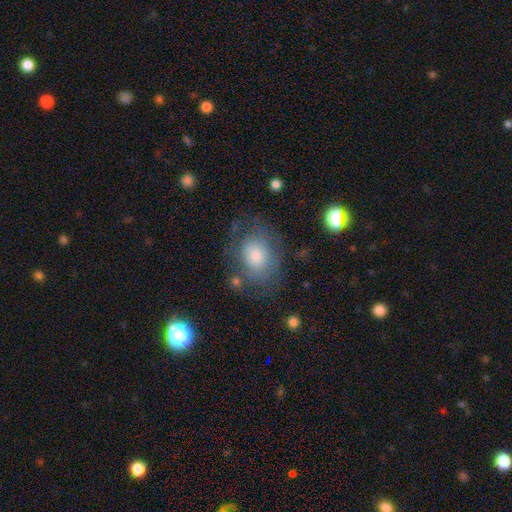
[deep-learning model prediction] smooth_or_featured: smooth (p=0.59) [alt: featured or disk p=0.30]
how_rounded: in between (p=0.58) [alt: round p=0.41]
merging: none (p=0.63) [alt: minor disturbance p=0.20]